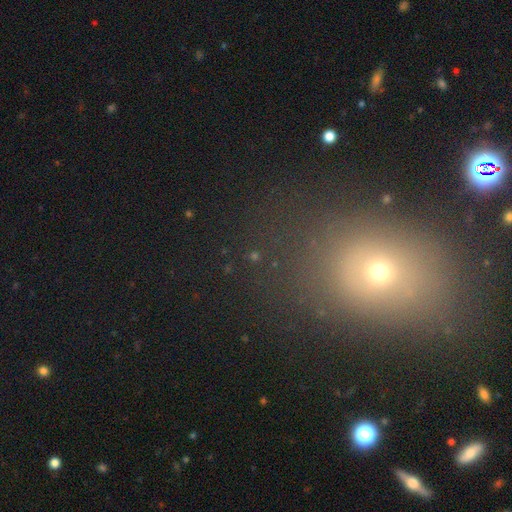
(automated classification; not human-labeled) Smooth or featured? Predicted: star or artifact (p=0.43, tied with smooth).